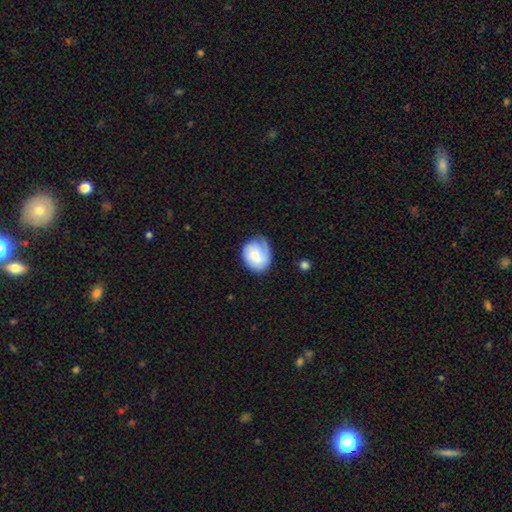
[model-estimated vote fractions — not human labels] This is possibly a smooth galaxy (53%). How rounded: likely round (60%). Merging: possibly none (59%).